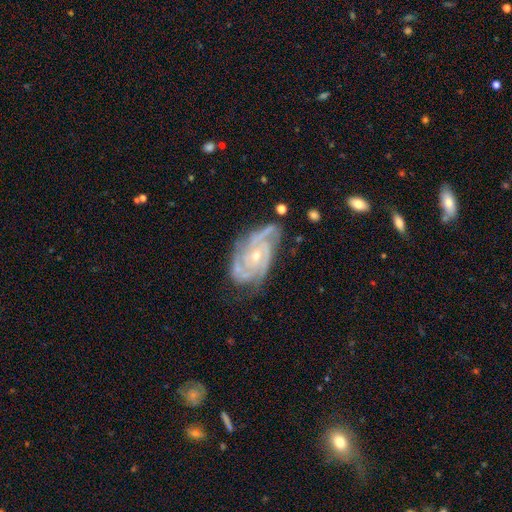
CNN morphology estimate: Smooth or featured? featured or disk (90%)
Edge-on disk? no (97%)
Bar? no (71%)
Spiral arms? yes (98%)
Spiral winding? tight (62%)
Spiral arm count? 3 (47%)
Bulge size? small (60%)
Merging? none (63%)